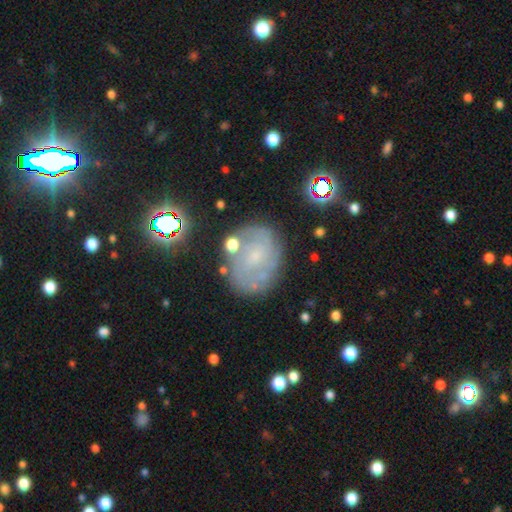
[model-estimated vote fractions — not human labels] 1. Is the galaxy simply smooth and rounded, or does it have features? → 60% featured or disk, 26% smooth, 14% star or artifact.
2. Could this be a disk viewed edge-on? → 97% no, 3% yes.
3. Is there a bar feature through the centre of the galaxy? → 60% no, 33% weak, 7% strong.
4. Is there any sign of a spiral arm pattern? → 77% yes, 23% no.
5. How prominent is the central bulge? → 66% small, 18% moderate, 14% none, 2% large, 1% dominant.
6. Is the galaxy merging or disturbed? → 69% none, 19% minor disturbance, 7% major disturbance, 5% merger.